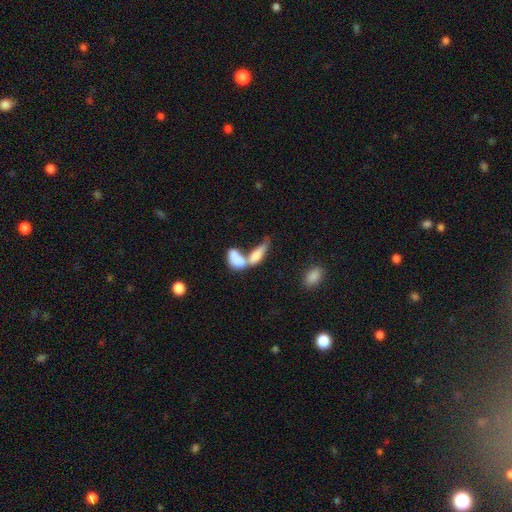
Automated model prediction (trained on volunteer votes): Morphology: type=smooth (71%); roundness=in between (78%); merging=merger (72%).